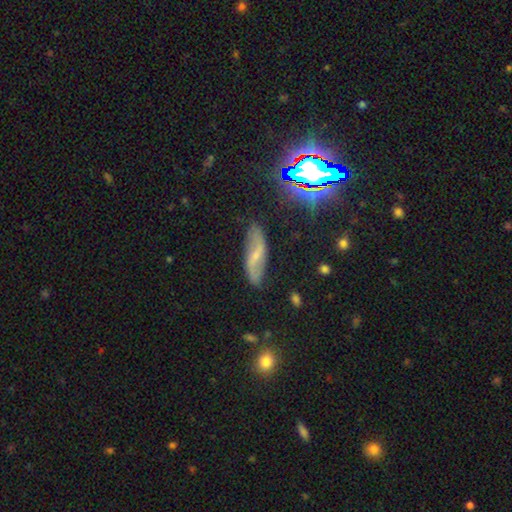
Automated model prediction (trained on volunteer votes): Smooth or featured?
  - featured or disk: 57% *
  - smooth: 29%
  - star or artifact: 14%
Edge-on disk?
  - no: 83% *
  - yes: 17%
Merging?
  - none: 76% *
  - minor disturbance: 17%
  - major disturbance: 5%
  - merger: 2%